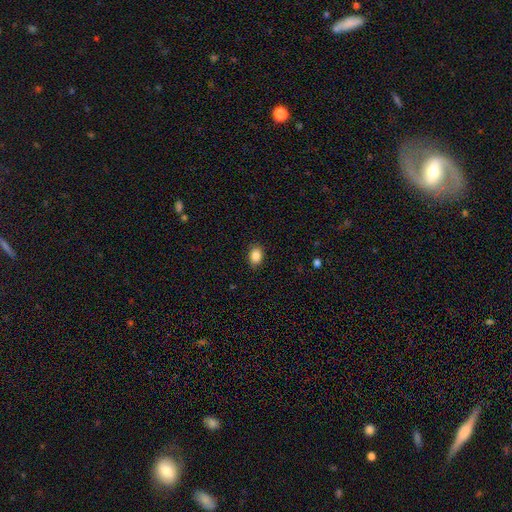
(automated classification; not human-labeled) The model was most divided on "how rounded": in between: 73%, round: 26%, cigar-shaped: 1%. More confident: merging — none (88%); smooth or featured — smooth (87%).